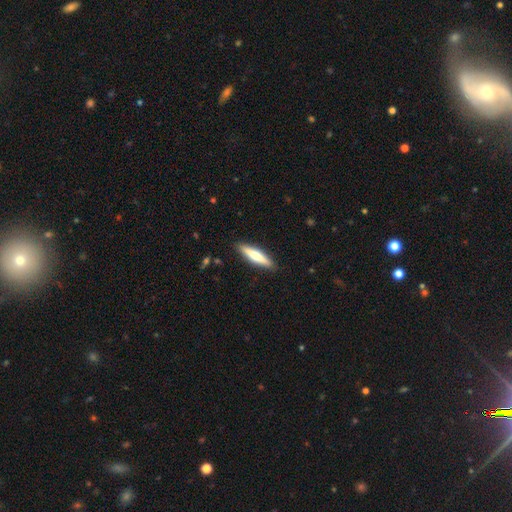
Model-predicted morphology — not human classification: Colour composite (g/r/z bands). It shows a smooth galaxy with no disk features (59%) that is cigar-shaped (80%). Merging: none (90%).